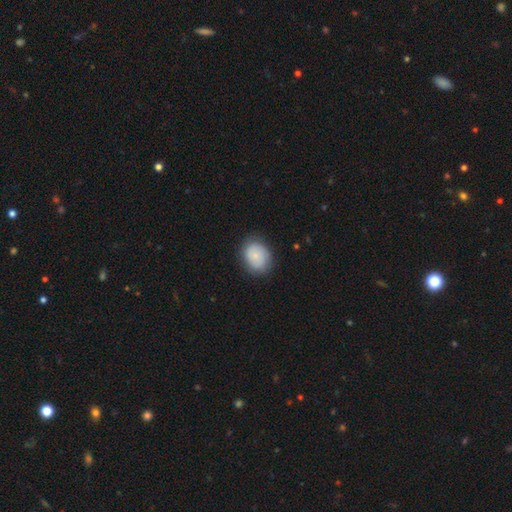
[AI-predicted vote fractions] smooth 75%, featured or disk 18%, star or artifact 7%. Down the decision tree: how rounded — round (54%); merging — none (78%).